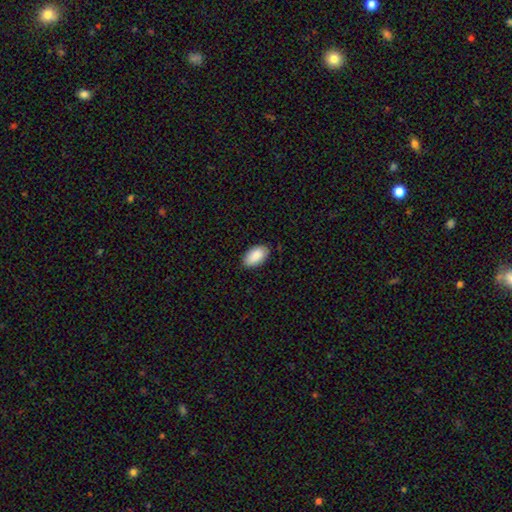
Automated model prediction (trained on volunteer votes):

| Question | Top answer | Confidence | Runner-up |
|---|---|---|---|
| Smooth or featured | smooth | 90% | star or artifact (6%) |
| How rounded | in between | 96% | round (3%) |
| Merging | none | 85% | minor disturbance (12%) |